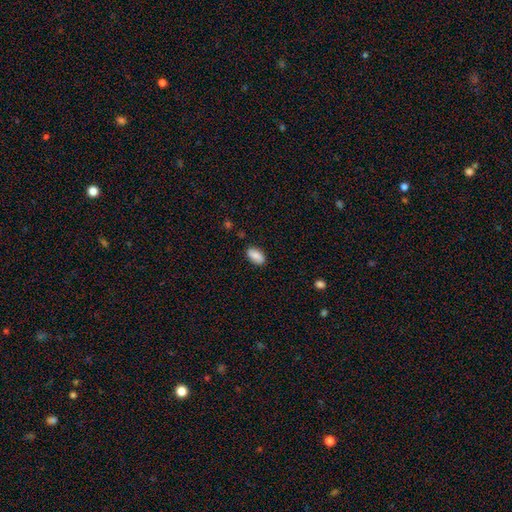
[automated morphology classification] The model was most divided on "merging": none: 85%, minor disturbance: 11%, major disturbance: 2%, merger: 2%. More confident: how rounded — in between (93%); smooth or featured — smooth (84%).